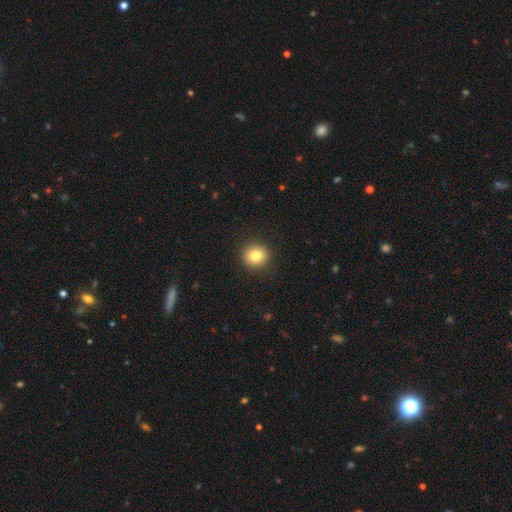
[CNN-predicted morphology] smooth-or-featured: smooth: 82% | star or artifact: 11% | featured or disk: 7%
  how-rounded: round: 89% | in between: 10% | cigar-shaped: 1%
  merging: none: 91% | minor disturbance: 6% | major disturbance: 2% | merger: 1%